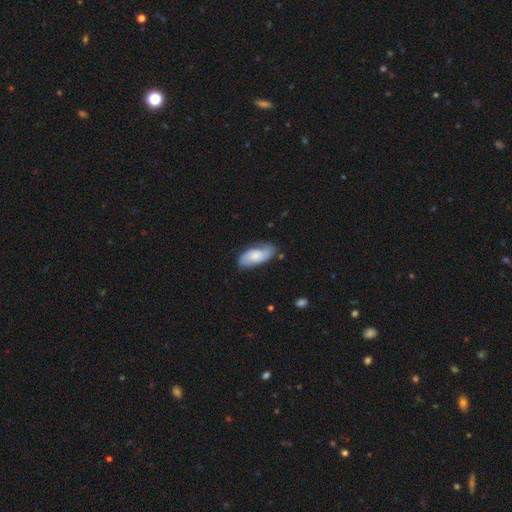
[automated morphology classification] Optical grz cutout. It shows a smooth galaxy with no disk features (52%) that is in between round and cigar-shaped (87%). Merging: none (72%).